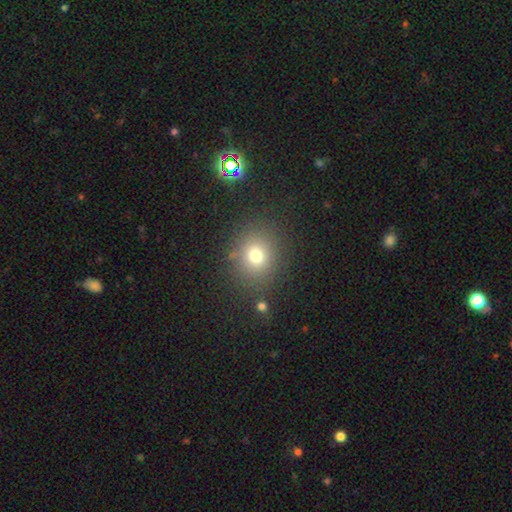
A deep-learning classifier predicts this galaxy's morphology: smooth_or_featured: smooth (p=0.73) [alt: star or artifact p=0.18]
how_rounded: round (p=0.77) [alt: in between p=0.22]
merging: none (p=0.84) [alt: minor disturbance p=0.09]